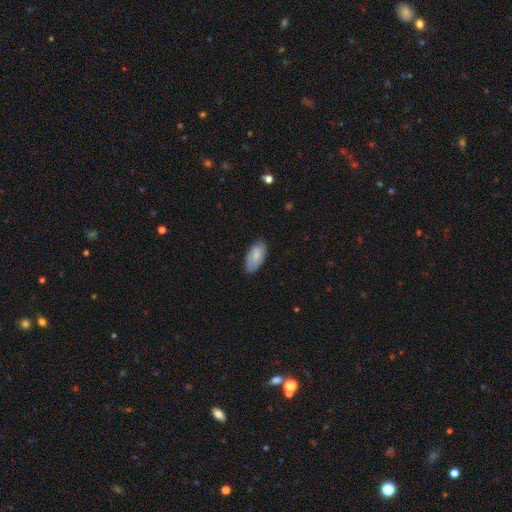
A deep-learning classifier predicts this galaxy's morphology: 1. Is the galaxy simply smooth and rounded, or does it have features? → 75% smooth, 19% featured or disk, 6% star or artifact.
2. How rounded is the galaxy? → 93% in between, 5% cigar-shaped, 2% round.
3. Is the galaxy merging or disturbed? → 79% none, 17% minor disturbance, 3% major disturbance, 1% merger.